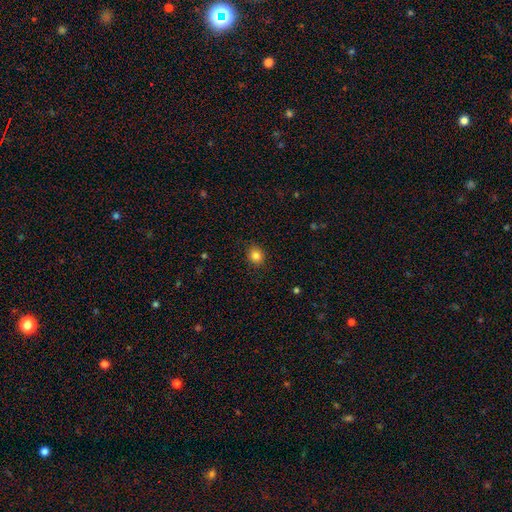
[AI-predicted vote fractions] This appears to be a smooth galaxy with no disk features (85%) that is round (79%). Merging: none (89%).